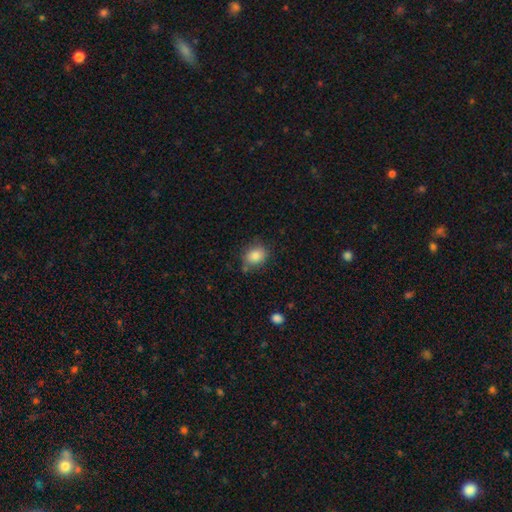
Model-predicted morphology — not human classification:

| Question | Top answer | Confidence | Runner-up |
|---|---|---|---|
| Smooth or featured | smooth | 85% | star or artifact (9%) |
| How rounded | in between | 53% | round (46%) |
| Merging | none | 77% | minor disturbance (15%) |